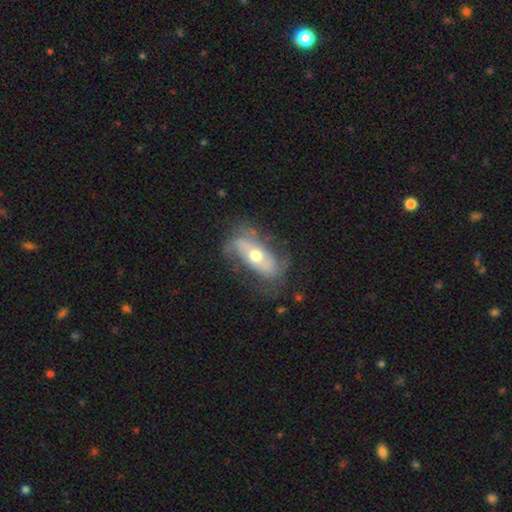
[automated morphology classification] Overall: featured or disk (70%). Edge-on disk: no (85%). Bar: no (59%; weak 23%). Spiral arms: yes (73%). Bulge size: moderate (70%). Merging: none (61%; minor disturbance 24%).